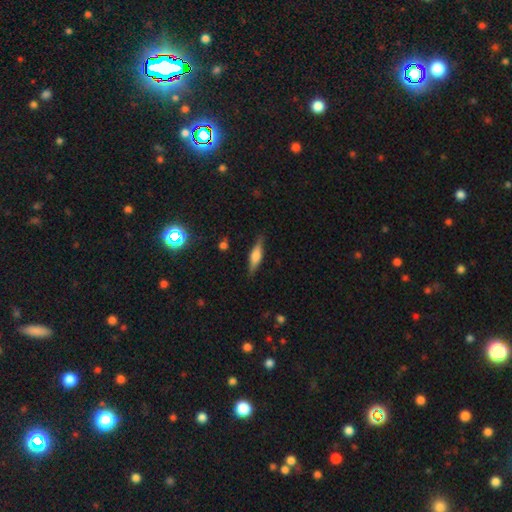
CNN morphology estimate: A featured or disk galaxy (47%). Merging: none (83%).